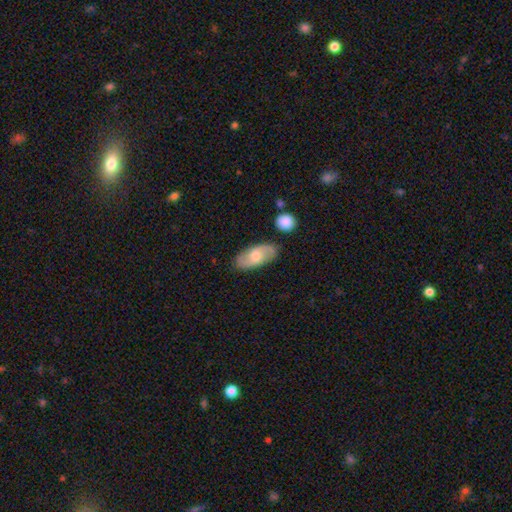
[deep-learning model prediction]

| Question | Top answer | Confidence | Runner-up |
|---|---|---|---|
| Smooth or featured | smooth | 52% | featured or disk (42%) |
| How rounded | in between | 87% | cigar-shaped (9%) |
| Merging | none | 83% | minor disturbance (11%) |